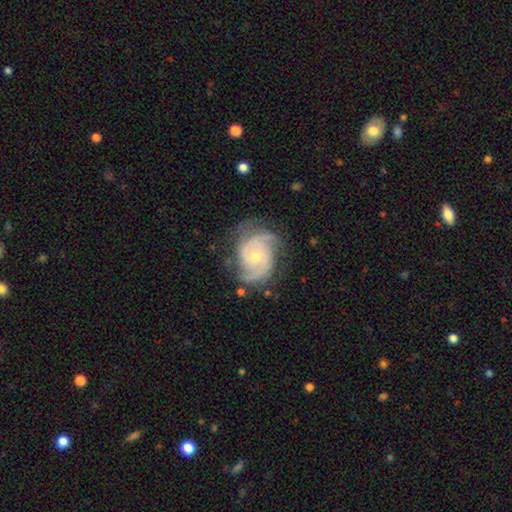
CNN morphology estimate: The model was most divided on "spiral winding": tight: 48%, medium: 43%, loose: 9%. More confident: edge-on disk — no (98%); spiral arms — yes (98%); smooth or featured — featured or disk (90%); merging — none (69%); bar — no (68%); spiral arm count — 2 (53%); bulge size — small (53%).